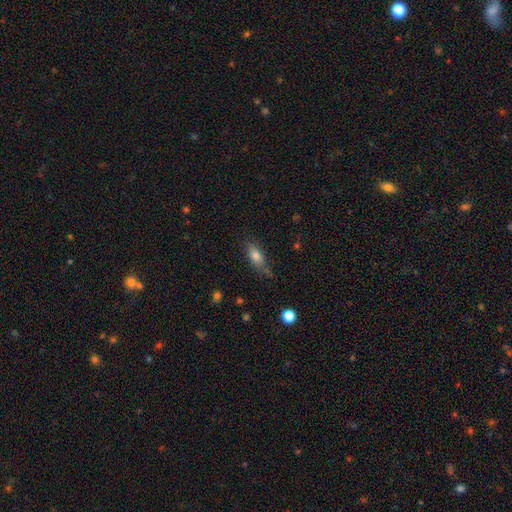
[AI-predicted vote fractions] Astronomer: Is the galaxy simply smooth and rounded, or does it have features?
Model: smooth — 78%.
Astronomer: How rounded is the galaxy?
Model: in between — 78%.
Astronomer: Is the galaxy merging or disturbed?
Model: none — 64%.